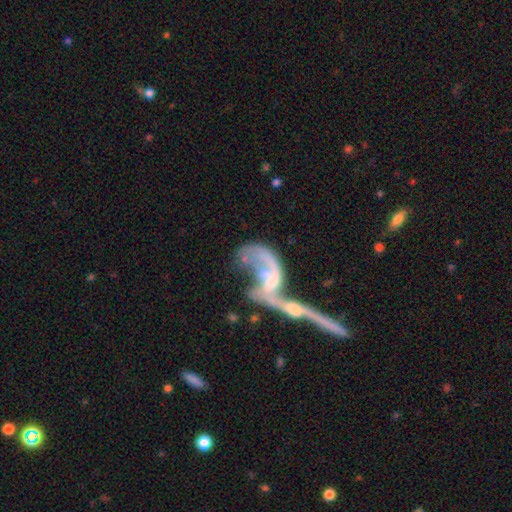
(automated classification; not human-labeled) Smooth or featured?
  - featured or disk: 78% *
  - smooth: 13%
  - star or artifact: 9%
Edge-on disk?
  - no: 91% *
  - yes: 9%
Bar?
  - no: 61% *
  - weak: 29%
  - strong: 10%
Spiral arms?
  - yes: 71% *
  - no: 29%
Spiral winding?
  - loose: 83% *
  - medium: 13%
  - tight: 4%
Spiral arm count?
  - 2: 57% *
  - 1: 26%
  - can't tell: 12%
  - 3: 3%
  - 4: 2%
  - more than 4: 2%
Bulge size?
  - small: 37% *
  - none: 32%
  - moderate: 26%
  - large: 4%
  - dominant: 2%
Merging?
  - merger: 70% *
  - major disturbance: 16%
  - none: 9%
  - minor disturbance: 5%